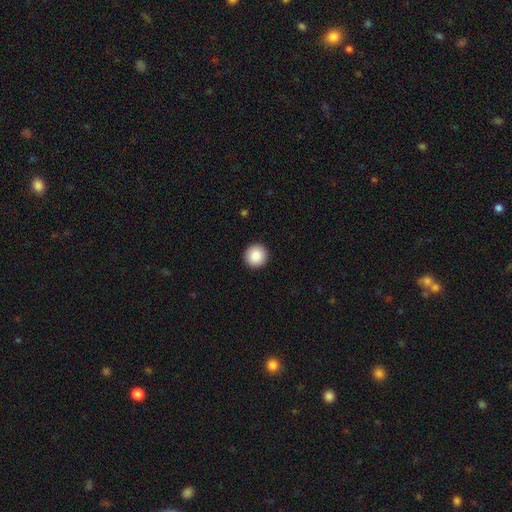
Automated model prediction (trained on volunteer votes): Smooth or featured? smooth (89%)
How rounded? round (95%)
Merging? none (93%)